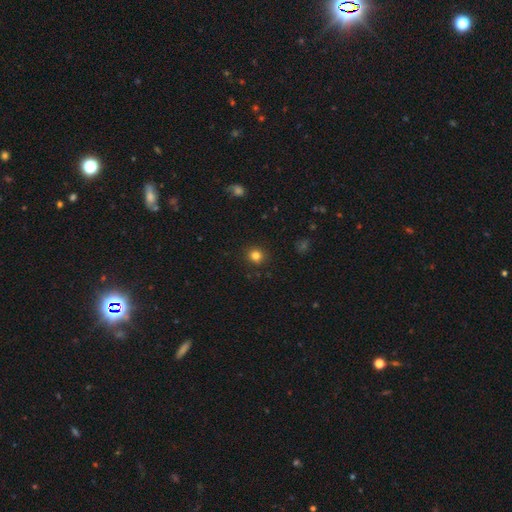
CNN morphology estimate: This appears to be a smooth galaxy with no disk features (82%) that is round (91%). Merging: none (91%).